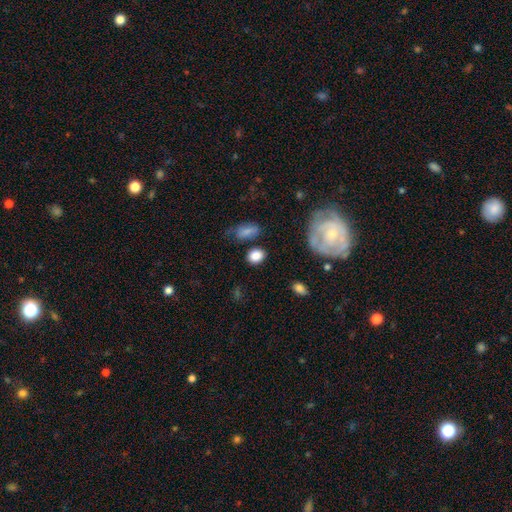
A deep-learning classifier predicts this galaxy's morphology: smooth-or-featured: smooth: 84% | star or artifact: 9% | featured or disk: 7%
  how-rounded: round: 50% | in between: 48% | cigar-shaped: 2%
  merging: none: 77% | minor disturbance: 13% | merger: 5% | major disturbance: 5%